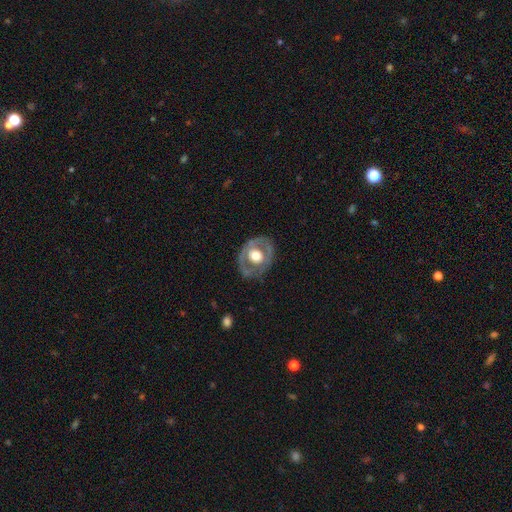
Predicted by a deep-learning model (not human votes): smooth_or_featured: featured or disk (p=0.62) [alt: smooth p=0.33]
disk_edge_on: no (p=0.94) [alt: yes p=0.06]
bar: no (p=0.83) [alt: weak p=0.13]
has_spiral_arms: no (p=0.75) [alt: yes p=0.25]
bulge_size: moderate (p=0.50) [alt: large p=0.43]
merging: none (p=0.73) [alt: minor disturbance p=0.18]